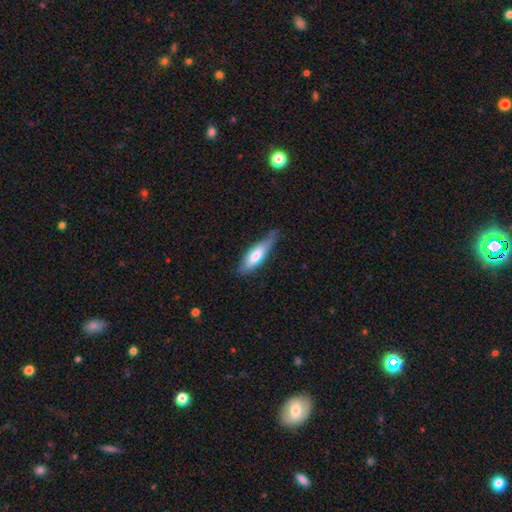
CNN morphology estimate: A smooth galaxy with no disk features (62%) that is cigar-shaped (54%).

Vote fractions:
- Smooth or featured? smooth: 62% / featured or disk: 32% / star or artifact: 6%
- How rounded? cigar-shaped: 54% / in between: 44% / round: 2%
- Merging? none: 52% / minor disturbance: 36% / major disturbance: 10% / merger: 2%